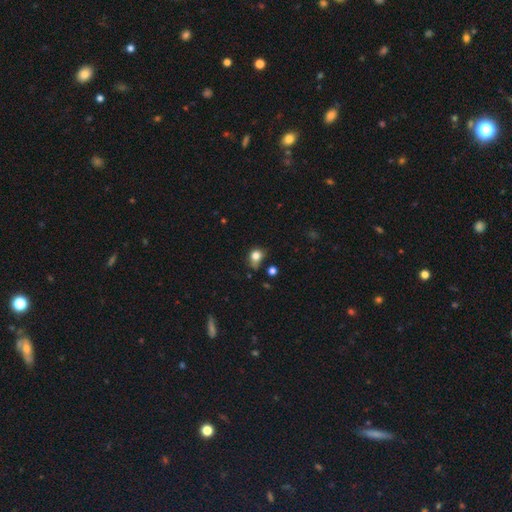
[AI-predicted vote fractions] smooth 78%, star or artifact 12%, featured or disk 10%. Down the decision tree: how rounded — round (61%); merging — none (44%).